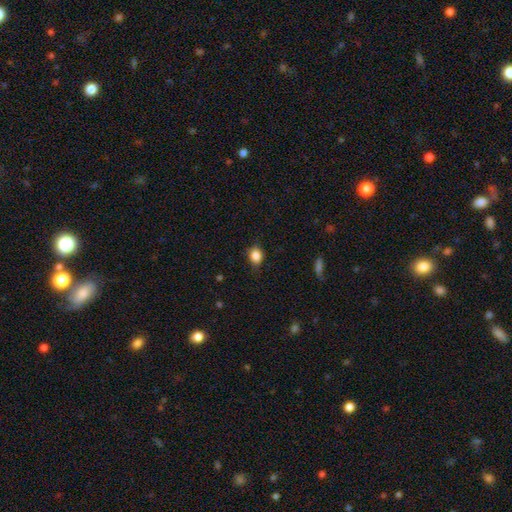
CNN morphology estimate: A smooth galaxy with no disk features (85%) that is round (51%).

Vote fractions:
- Smooth or featured? smooth: 85% / star or artifact: 10% / featured or disk: 5%
- How rounded? round: 51% / in between: 48% / cigar-shaped: 1%
- Merging? none: 77% / minor disturbance: 18% / major disturbance: 4% / merger: 1%